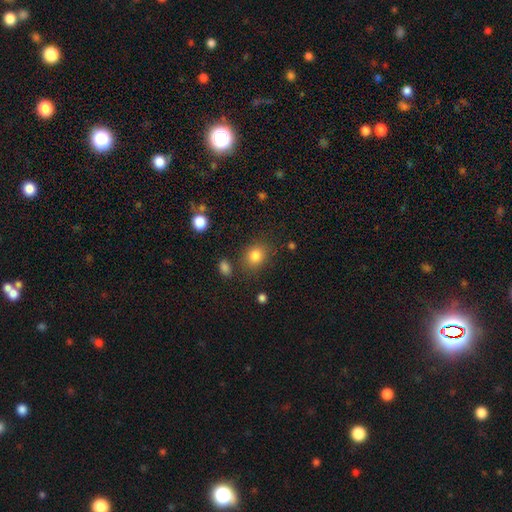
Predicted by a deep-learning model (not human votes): Q: Smooth or featured?
A: smooth (83%); runner-up: star or artifact (11%)
Q: How rounded?
A: round (59%); runner-up: in between (40%)
Q: Merging?
A: none (79%); runner-up: minor disturbance (12%)